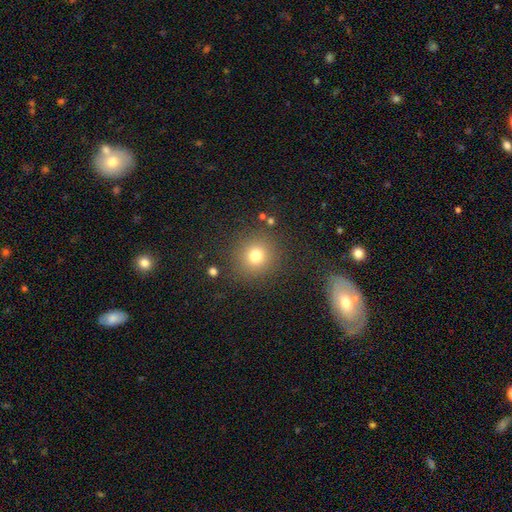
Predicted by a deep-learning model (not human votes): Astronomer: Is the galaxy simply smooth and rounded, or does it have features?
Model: smooth — 76%.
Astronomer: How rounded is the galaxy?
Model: round — 92%.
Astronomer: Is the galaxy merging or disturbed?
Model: none — 86%.